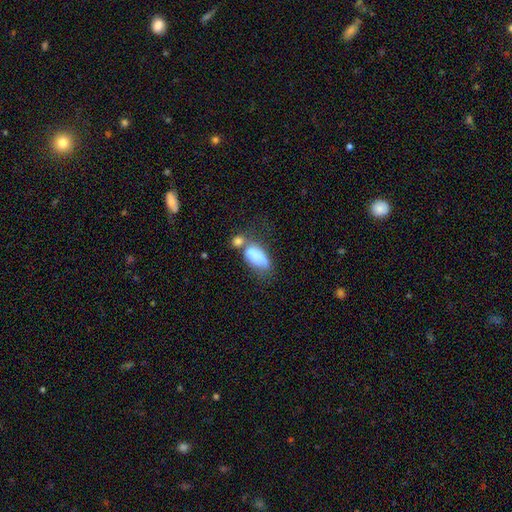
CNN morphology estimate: This is likely a smooth galaxy (75%). How rounded: clearly in between (86%). Merging: possibly merger (46%).